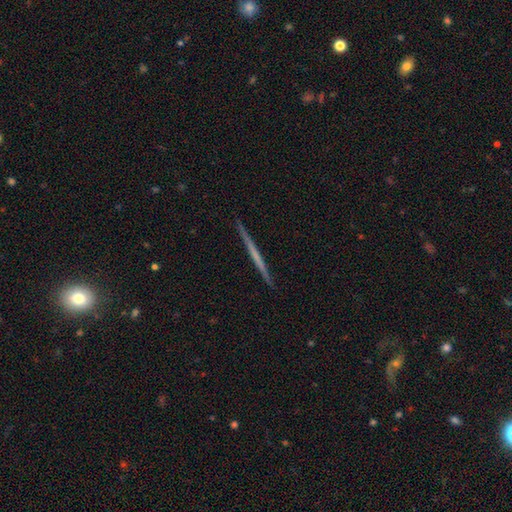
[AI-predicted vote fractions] featured or disk 59%, smooth 35%, star or artifact 5%. Down the decision tree: edge-on disk — yes (98%); edge-on bulge — none (90%); merging — none (93%).